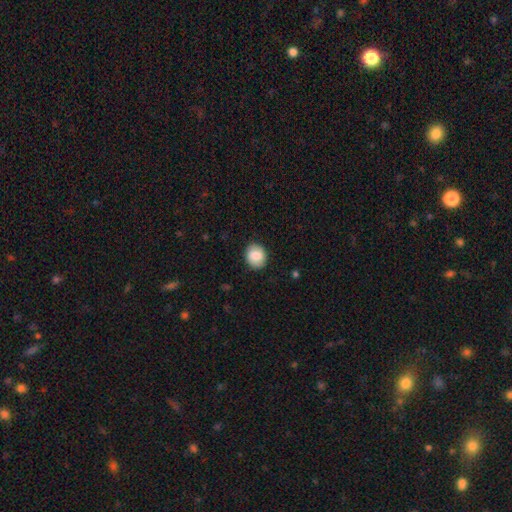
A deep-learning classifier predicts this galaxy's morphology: smooth_or_featured: smooth (p=0.83) [alt: featured or disk p=0.10]
how_rounded: round (p=0.66) [alt: in between p=0.33]
merging: none (p=0.88) [alt: minor disturbance p=0.09]